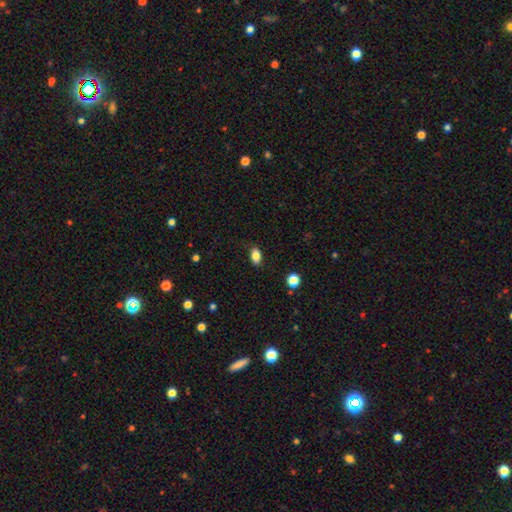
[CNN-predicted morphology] This appears to be a smooth galaxy with no disk features (84%) that is in between round and cigar-shaped (87%). Merging: none (85%).